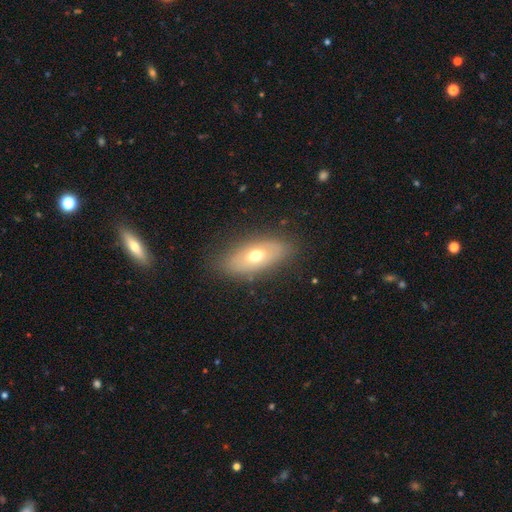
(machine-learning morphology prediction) Smooth or featured: smooth — 59% (featured or disk — 33%)
How rounded: in between — 81% (cigar-shaped — 13%)
Merging: none — 82% (minor disturbance — 13%)